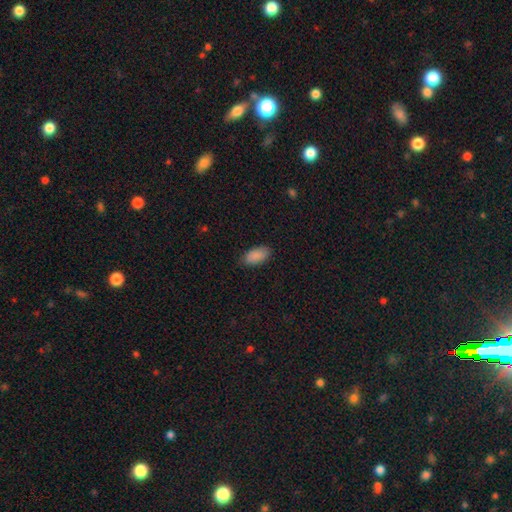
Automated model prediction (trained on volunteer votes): smooth 89%, star or artifact 7%, featured or disk 4%. Down the decision tree: how rounded — in between (94%); merging — none (83%).